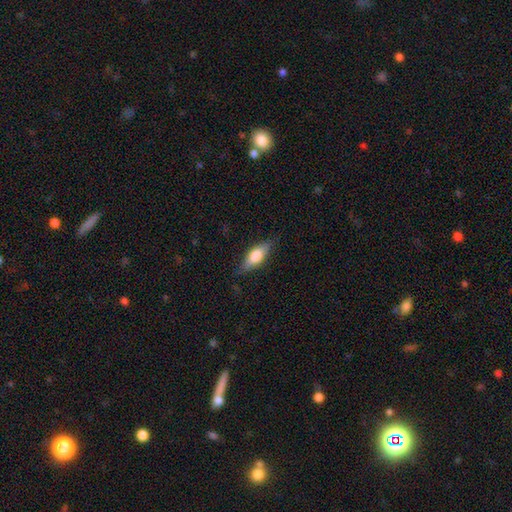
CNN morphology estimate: smooth 65%, featured or disk 28%, star or artifact 6%. Down the decision tree: how rounded — in between (67%); merging — none (79%).